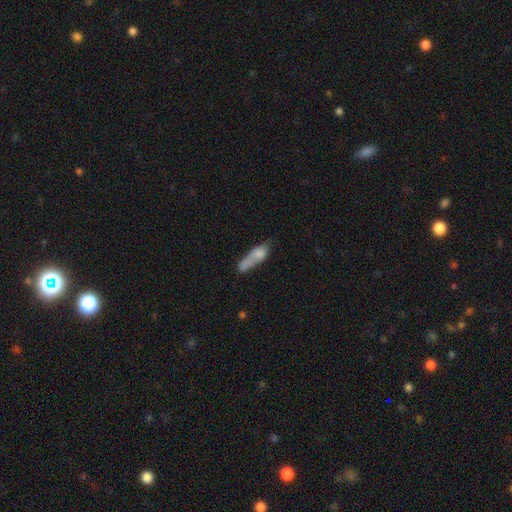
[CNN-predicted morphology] This is likely a smooth galaxy (66%). How rounded: possibly cigar-shaped (51%). Merging: marginally none (31%).